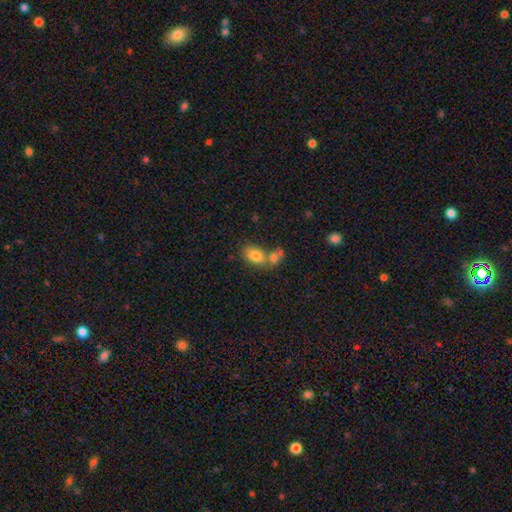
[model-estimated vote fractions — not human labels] smooth 80%, featured or disk 11%, star or artifact 9%. Down the decision tree: how rounded — in between (83%); merging — merger (43%).